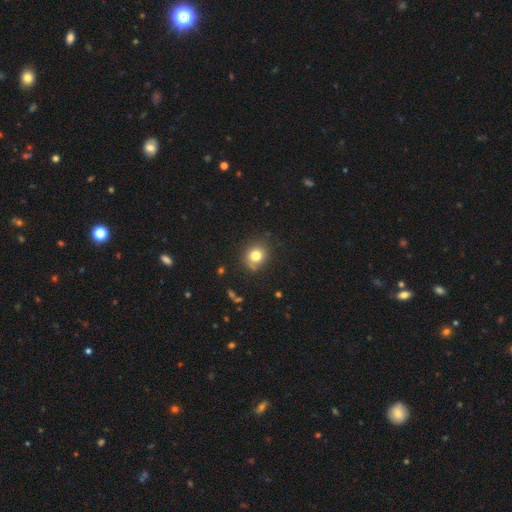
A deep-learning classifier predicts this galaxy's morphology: Smooth or featured? smooth (78%)
How rounded? round (72%)
Merging? none (75%)